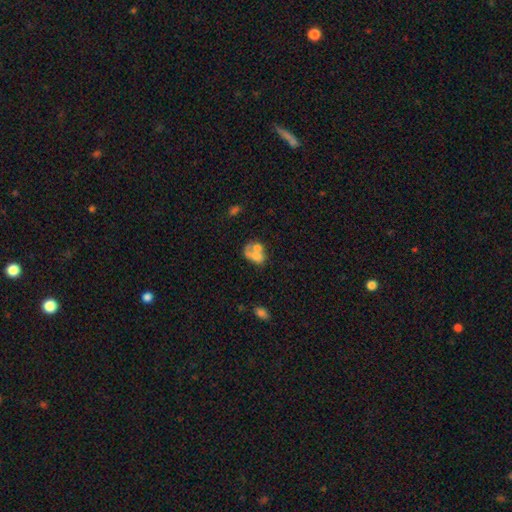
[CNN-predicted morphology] This appears to be a smooth galaxy with no disk features (53%) that is in between round and cigar-shaped (71%). Merging: merger (49%).